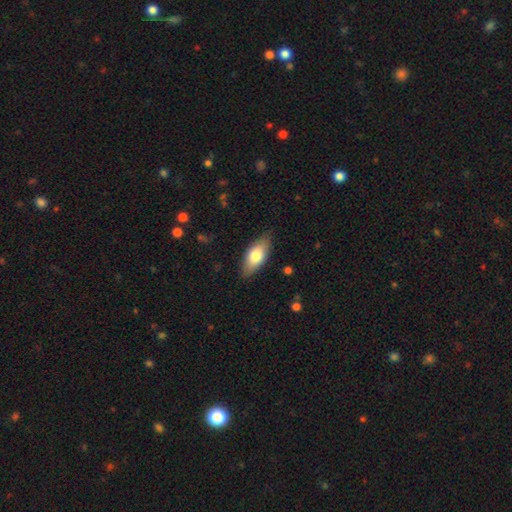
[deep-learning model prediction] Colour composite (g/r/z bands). It shows a smooth galaxy with no disk features (73%) that is in between round and cigar-shaped (84%). Merging: none (81%).